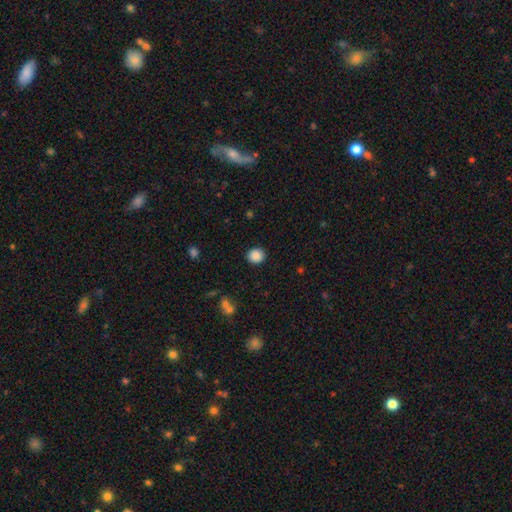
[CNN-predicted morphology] smooth_or_featured: smooth (p=0.88) [alt: star or artifact p=0.09]
how_rounded: round (p=0.85) [alt: in between p=0.14]
merging: none (p=0.90) [alt: minor disturbance p=0.07]